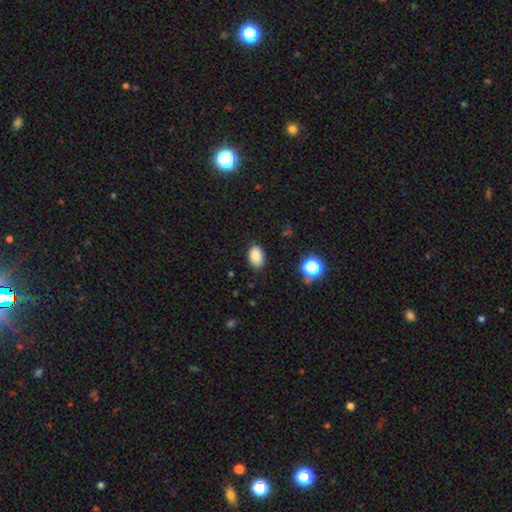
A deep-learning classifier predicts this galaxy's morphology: Smooth or featured?
  - smooth: 86% *
  - star or artifact: 10%
  - featured or disk: 4%
How rounded?
  - in between: 88% *
  - round: 11%
  - cigar-shaped: 1%
Merging?
  - none: 83% *
  - minor disturbance: 13%
  - major disturbance: 3%
  - merger: 1%